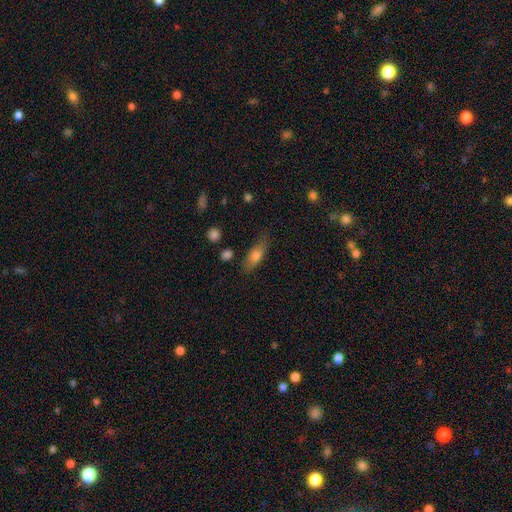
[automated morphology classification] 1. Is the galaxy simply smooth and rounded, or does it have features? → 69% smooth, 23% featured or disk, 8% star or artifact.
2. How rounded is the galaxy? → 61% in between, 35% cigar-shaped, 4% round.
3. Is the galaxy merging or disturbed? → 74% none, 19% minor disturbance, 5% major disturbance, 3% merger.